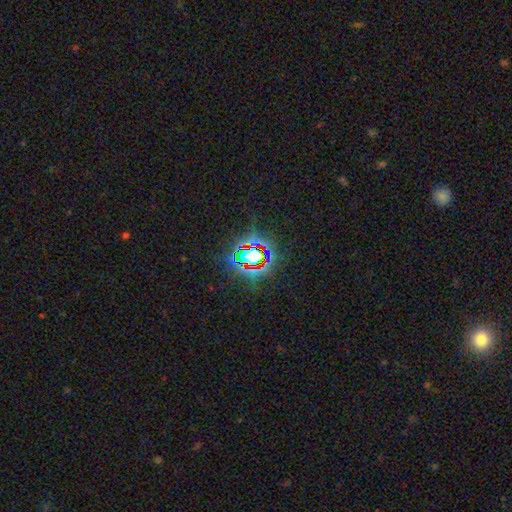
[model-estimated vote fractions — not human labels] Overall: star or artifact (81%).